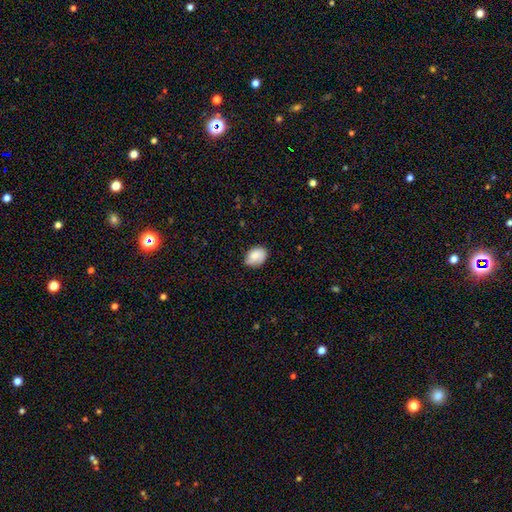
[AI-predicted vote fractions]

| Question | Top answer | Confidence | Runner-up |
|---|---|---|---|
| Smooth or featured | smooth | 76% | featured or disk (16%) |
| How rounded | in between | 67% | round (32%) |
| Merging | none | 65% | minor disturbance (28%) |